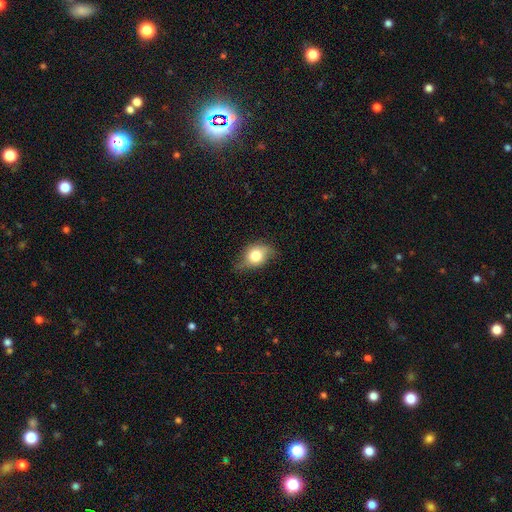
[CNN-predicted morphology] Smooth or featured? smooth (65%)
How rounded? in between (57%)
Merging? none (53%)